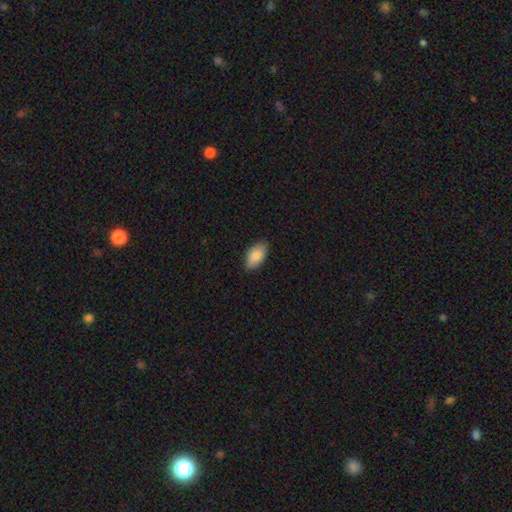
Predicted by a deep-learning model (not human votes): Smooth or featured: smooth — 87% (featured or disk — 7%)
How rounded: in between — 94% (round — 3%)
Merging: none — 85% (minor disturbance — 12%)